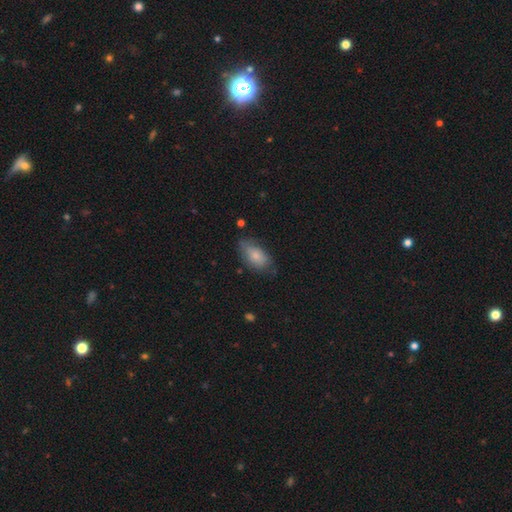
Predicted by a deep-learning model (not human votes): Q: Smooth or featured?
A: smooth (77%); runner-up: featured or disk (16%)
Q: How rounded?
A: in between (91%); runner-up: round (5%)
Q: Merging?
A: none (61%); runner-up: minor disturbance (29%)